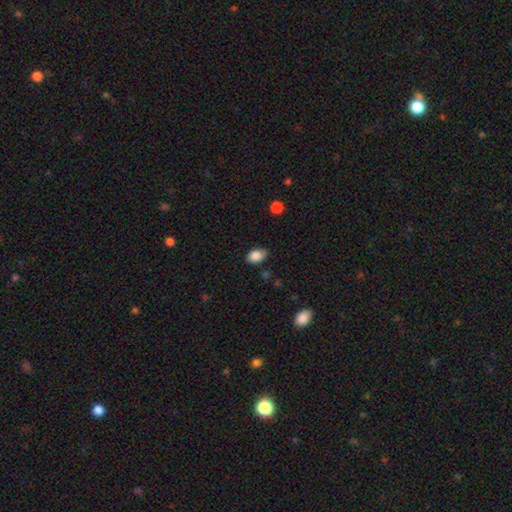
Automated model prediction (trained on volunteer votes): Morphology: type=smooth (87%); roundness=in between (86%); merging=none (76%).